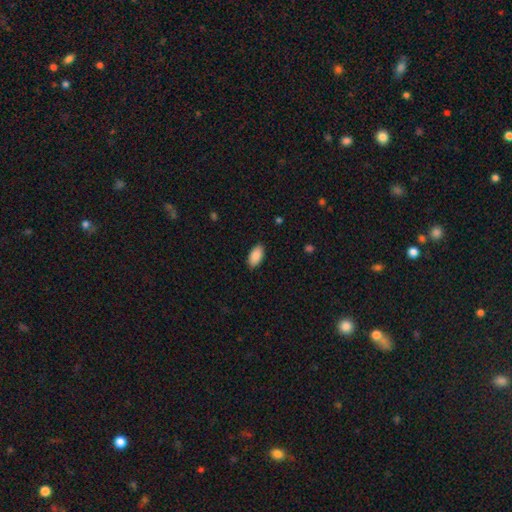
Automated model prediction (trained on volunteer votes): Overall: smooth (89%). How rounded: in between (95%). Merging: none (87%).